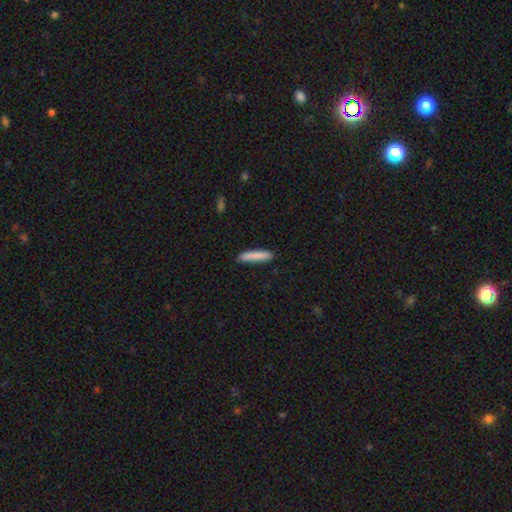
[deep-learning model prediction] smooth-or-featured: smooth: 85% | featured or disk: 9% | star or artifact: 6%
  how-rounded: cigar-shaped: 89% | in between: 10% | round: 1%
  merging: none: 86% | minor disturbance: 10% | major disturbance: 2% | merger: 1%